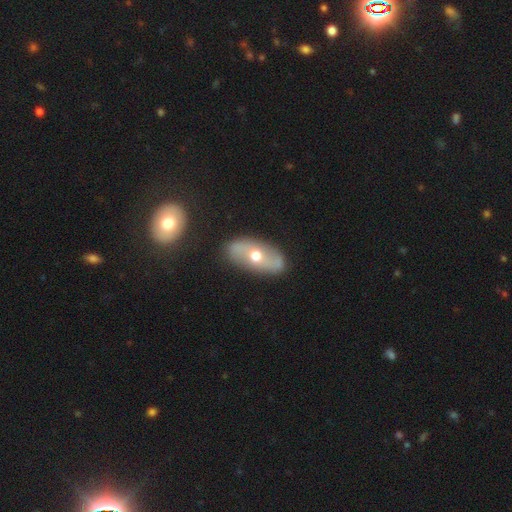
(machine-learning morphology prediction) Smooth or featured? featured or disk (59%)
Edge-on disk? no (87%)
Bar? no (65%)
Spiral arms? yes (58%)
Bulge size? moderate (79%)
Merging? none (82%)